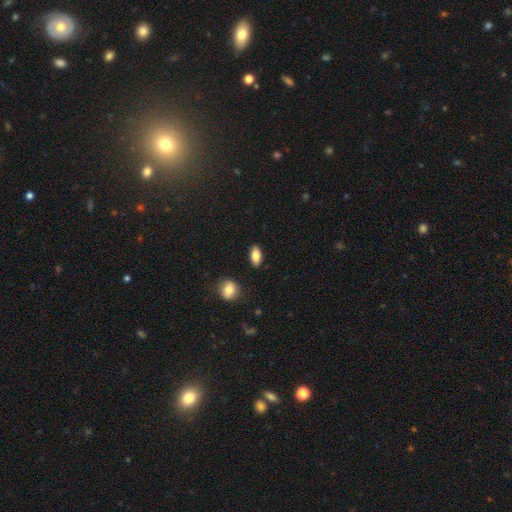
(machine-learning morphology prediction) A smooth galaxy with no disk features (83%) that is in between round and cigar-shaped (88%).

Vote fractions:
- Smooth or featured? smooth: 83% / featured or disk: 10% / star or artifact: 7%
- How rounded? in between: 88% / cigar-shaped: 8% / round: 4%
- Merging? none: 88% / minor disturbance: 8% / major disturbance: 2% / merger: 2%